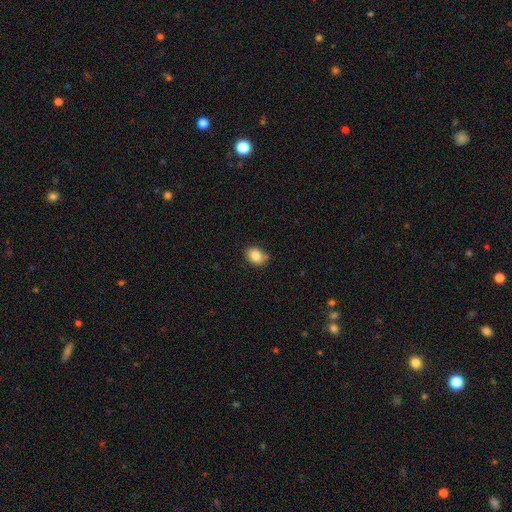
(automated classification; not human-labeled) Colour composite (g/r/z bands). It shows a smooth galaxy with no disk features (84%) that is in between round and cigar-shaped (65%). Merging: none (74%).